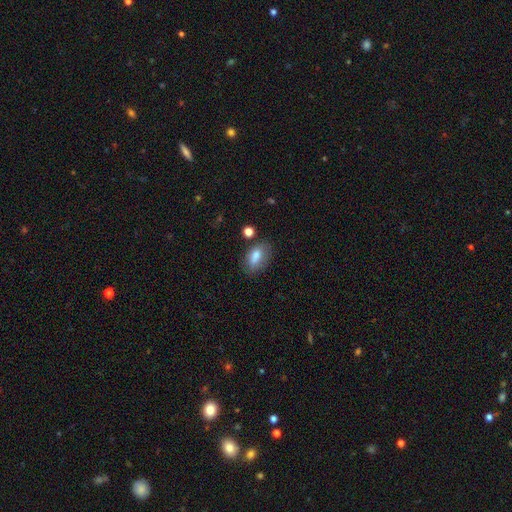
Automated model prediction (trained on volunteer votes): smooth 80%, featured or disk 12%, star or artifact 8%. Down the decision tree: how rounded — in between (88%); merging — none (69%).